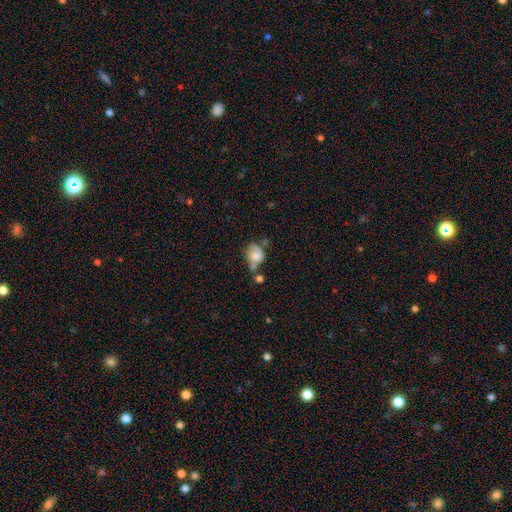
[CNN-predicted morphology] type=smooth (68%); roundness=in between (51%); merging=merger (34%).